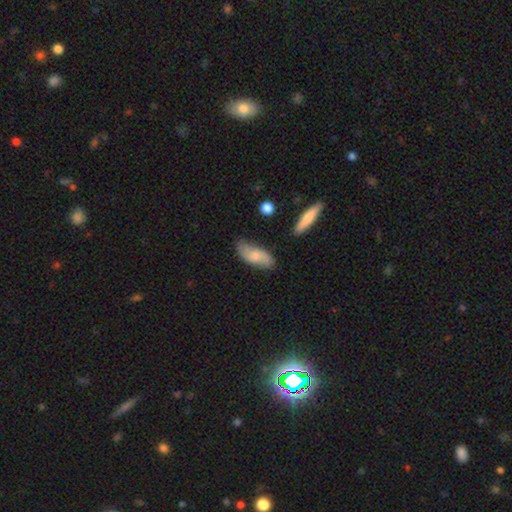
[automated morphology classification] A smooth galaxy with no disk features (59%) that is in between round and cigar-shaped (84%). Merging: none (68%).